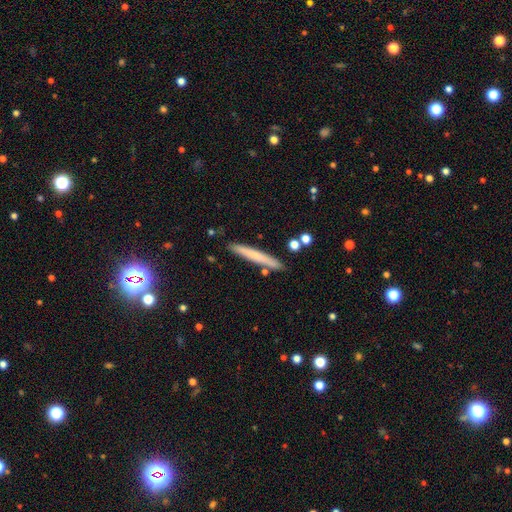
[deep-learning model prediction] Smooth or featured: smooth — 62% (featured or disk — 31%)
How rounded: cigar-shaped — 96% (in between — 3%)
Merging: none — 87% (minor disturbance — 9%)